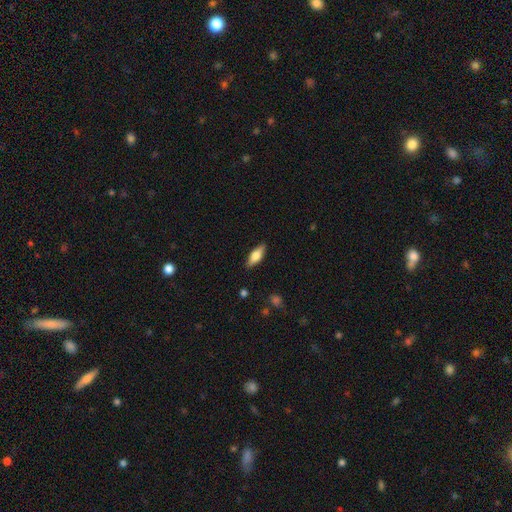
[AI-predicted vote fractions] A smooth galaxy with no disk features (65%) that is in between round and cigar-shaped (67%). Merging: none (88%).